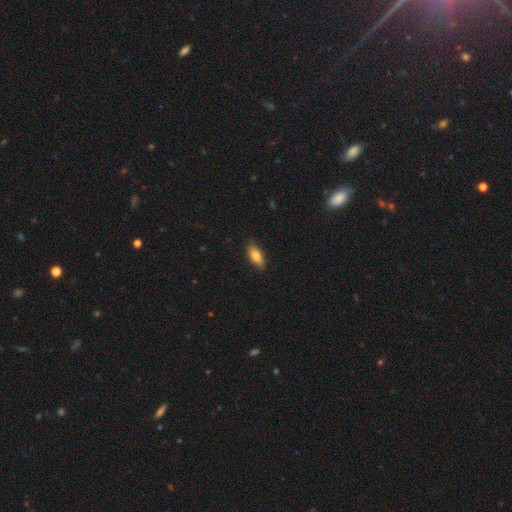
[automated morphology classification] This is clearly a smooth galaxy (80%). How rounded: clearly in between (80%). Merging: clearly none (83%).